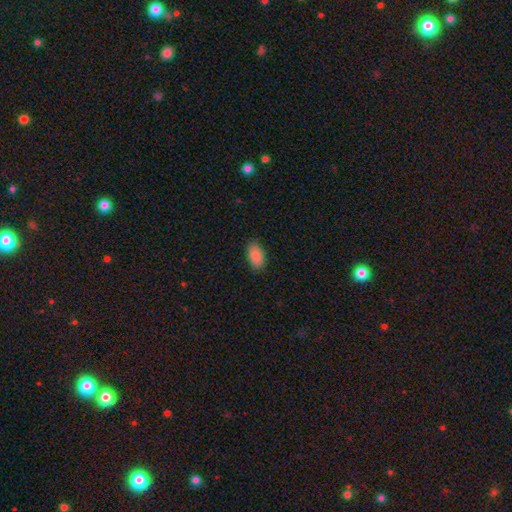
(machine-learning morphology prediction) Overall: smooth (89%). How rounded: in between (93%). Merging: none (85%).